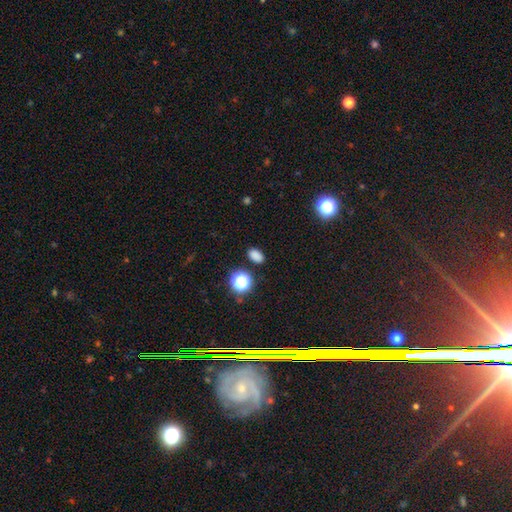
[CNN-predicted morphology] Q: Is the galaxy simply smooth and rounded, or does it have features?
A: smooth — 80%.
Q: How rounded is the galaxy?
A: in between — 82%.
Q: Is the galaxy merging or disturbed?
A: none — 86%.